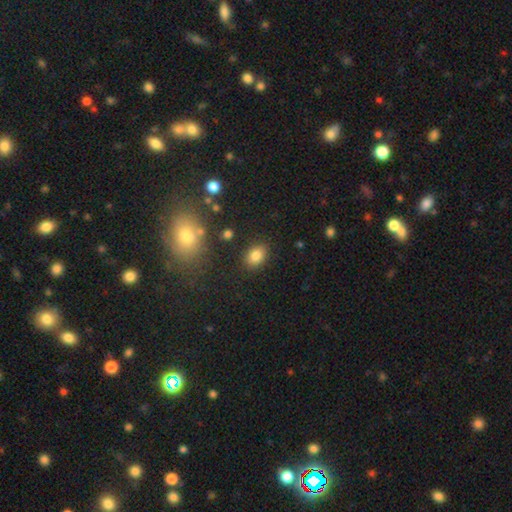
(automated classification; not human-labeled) smooth_or_featured: smooth (p=0.83) [alt: star or artifact p=0.10]
how_rounded: in between (p=0.76) [alt: round p=0.23]
merging: none (p=0.85) [alt: minor disturbance p=0.09]